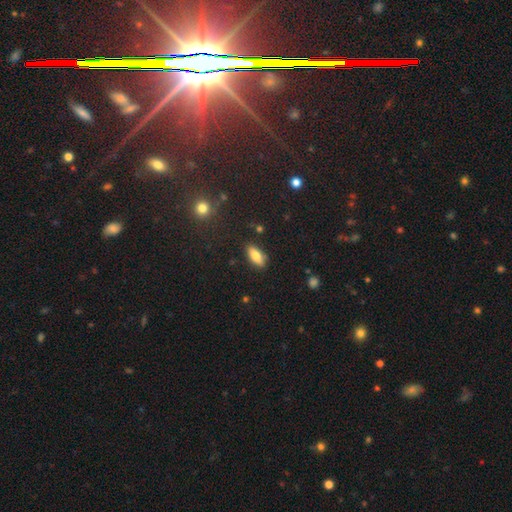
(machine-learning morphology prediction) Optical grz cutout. It shows a smooth galaxy with no disk features (75%) that is in between round and cigar-shaped (76%). Merging: none (85%).